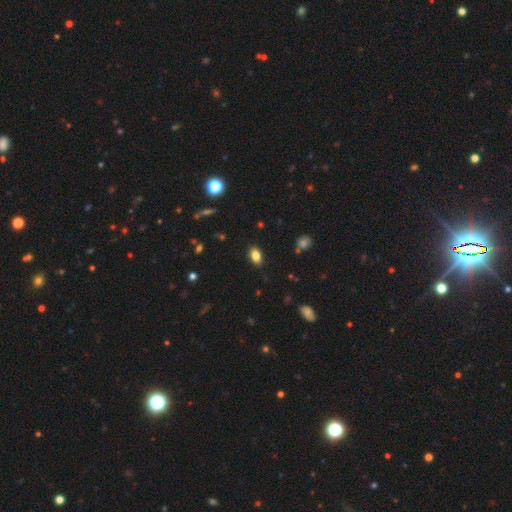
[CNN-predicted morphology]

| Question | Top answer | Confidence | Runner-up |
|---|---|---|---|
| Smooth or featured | smooth | 83% | star or artifact (10%) |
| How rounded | in between | 89% | round (8%) |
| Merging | none | 87% | minor disturbance (9%) |